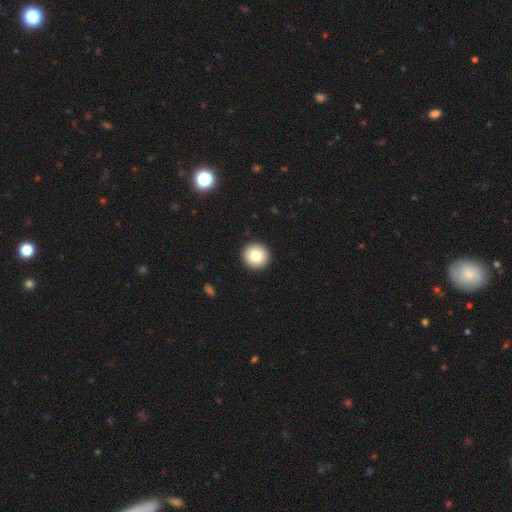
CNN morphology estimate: Smooth or featured: smooth — 81% (featured or disk — 10%)
How rounded: round — 96% (in between — 3%)
Merging: none — 94% (minor disturbance — 4%)